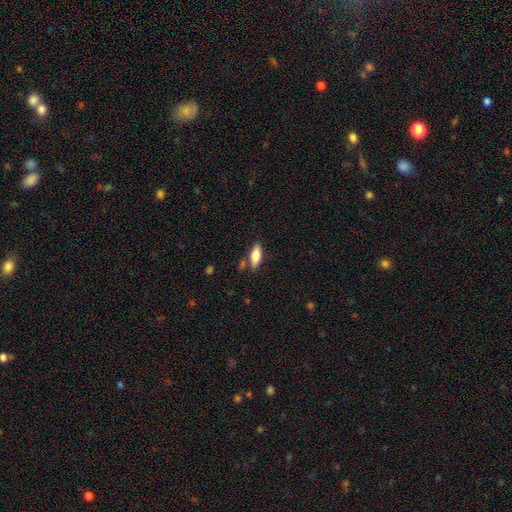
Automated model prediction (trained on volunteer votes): A smooth galaxy with no disk features (68%) that is in between round and cigar-shaped (66%). Merging: none (78%).